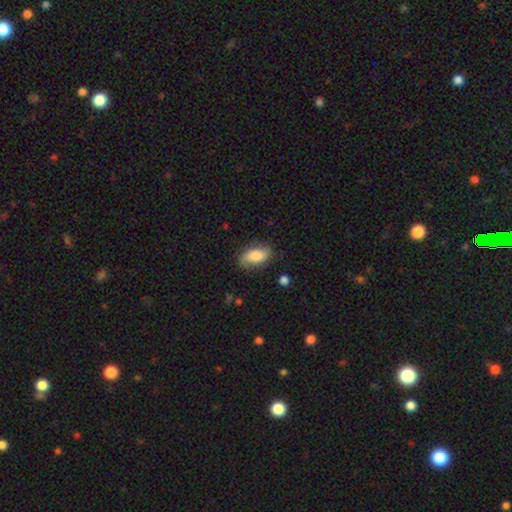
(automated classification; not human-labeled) A smooth galaxy with no disk features (74%) that is in between round and cigar-shaped (90%). Merging: none (76%).